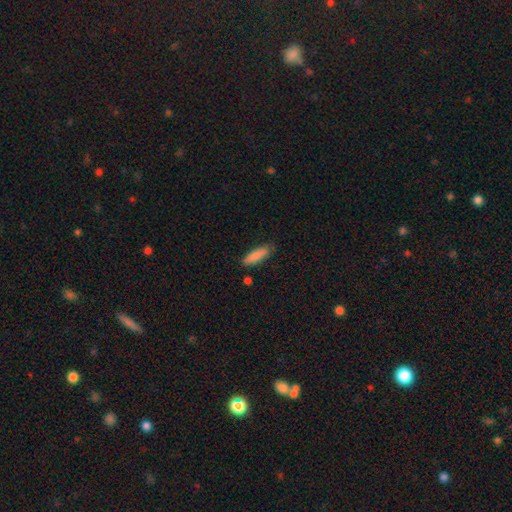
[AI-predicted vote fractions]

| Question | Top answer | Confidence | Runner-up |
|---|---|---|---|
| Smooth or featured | smooth | 87% | featured or disk (7%) |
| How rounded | cigar-shaped | 61% | in between (38%) |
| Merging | none | 80% | minor disturbance (15%) |